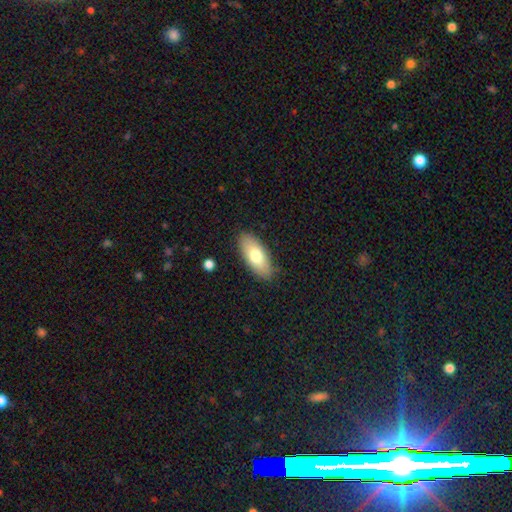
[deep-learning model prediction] A smooth galaxy with no disk features (73%) that is in between round and cigar-shaped (86%).

Vote fractions:
- Smooth or featured? smooth: 73% / featured or disk: 20% / star or artifact: 6%
- How rounded? in between: 86% / cigar-shaped: 11% / round: 2%
- Merging? none: 86% / minor disturbance: 11% / major disturbance: 2% / merger: 1%